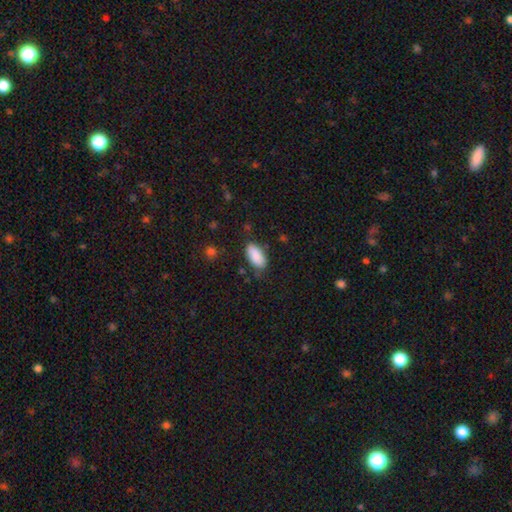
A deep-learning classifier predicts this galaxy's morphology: Smooth or featured? smooth (89%)
How rounded? in between (92%)
Merging? none (79%)